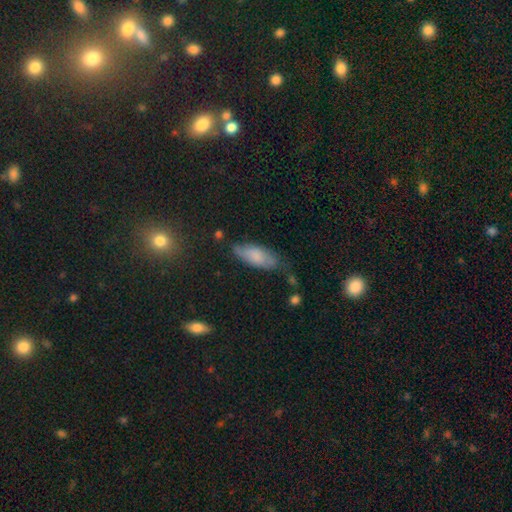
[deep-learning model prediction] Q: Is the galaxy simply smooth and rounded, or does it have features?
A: smooth — 75%.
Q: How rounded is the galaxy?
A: in between — 76%.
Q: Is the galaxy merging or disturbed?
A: none — 60%.